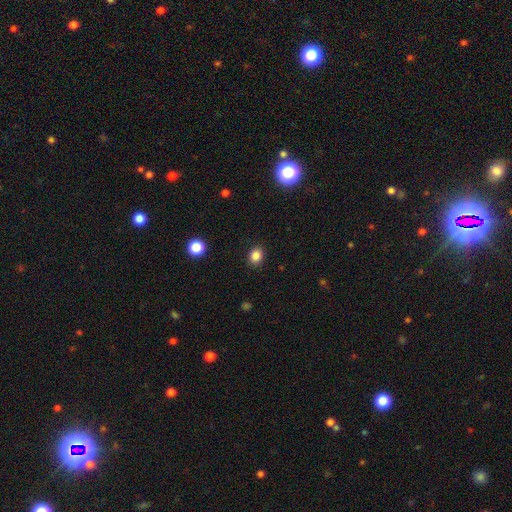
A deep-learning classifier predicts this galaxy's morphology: This appears to be a smooth galaxy with no disk features (84%) that is round (59%). Merging: none (90%).